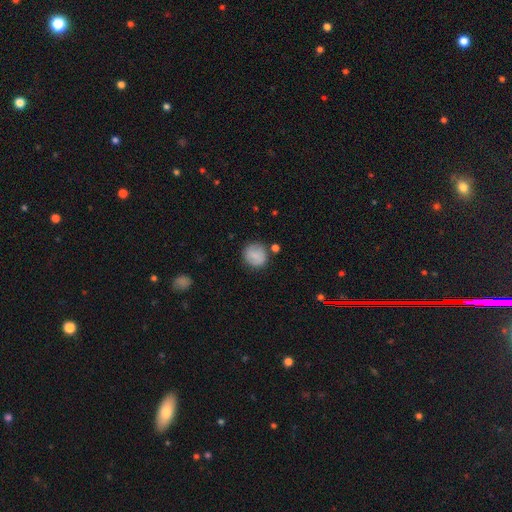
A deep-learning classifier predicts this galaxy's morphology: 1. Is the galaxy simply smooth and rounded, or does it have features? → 80% smooth, 12% featured or disk, 8% star or artifact.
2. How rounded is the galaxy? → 89% round, 10% in between, 1% cigar-shaped.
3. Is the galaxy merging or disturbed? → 80% none, 12% minor disturbance, 4% merger, 3% major disturbance.